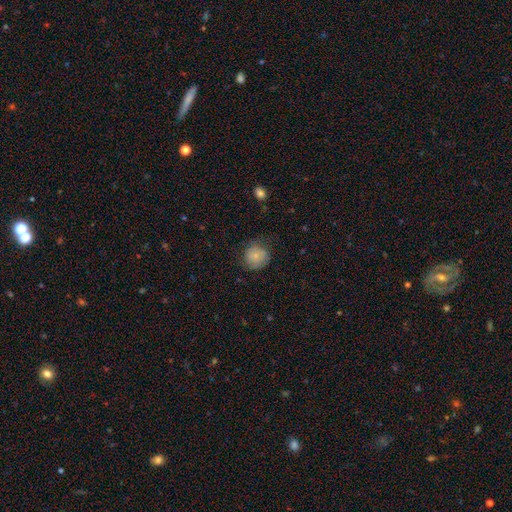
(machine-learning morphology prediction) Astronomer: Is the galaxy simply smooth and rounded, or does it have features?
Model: smooth — 76%.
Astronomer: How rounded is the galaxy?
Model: round — 88%.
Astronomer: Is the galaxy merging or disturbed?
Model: none — 66%.